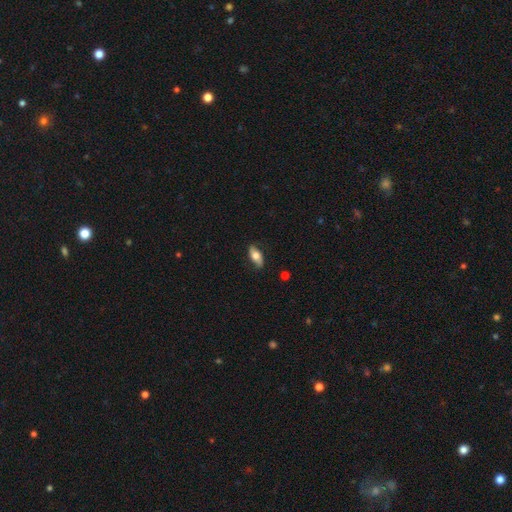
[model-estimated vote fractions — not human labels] Q: Smooth or featured?
A: smooth (59%); runner-up: featured or disk (34%)
Q: How rounded?
A: in between (84%); runner-up: cigar-shaped (11%)
Q: Merging?
A: none (81%); runner-up: minor disturbance (15%)